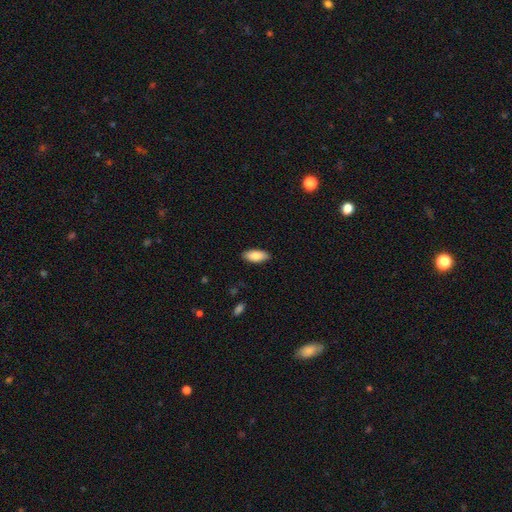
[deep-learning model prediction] Q: Smooth or featured?
A: smooth (85%); runner-up: featured or disk (9%)
Q: How rounded?
A: in between (86%); runner-up: cigar-shaped (12%)
Q: Merging?
A: none (88%); runner-up: minor disturbance (9%)